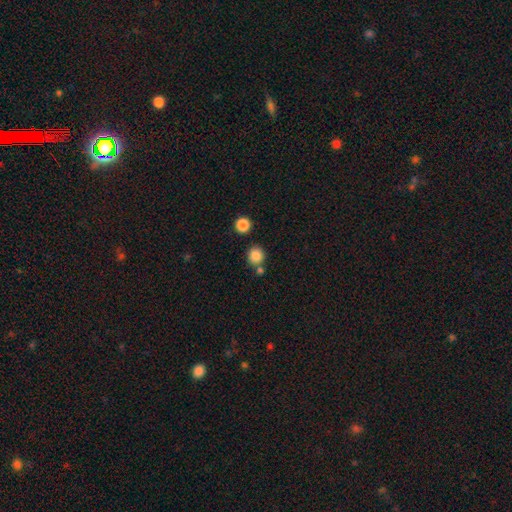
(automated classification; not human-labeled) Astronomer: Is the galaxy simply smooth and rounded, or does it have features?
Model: smooth — 85%.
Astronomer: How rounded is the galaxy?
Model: round — 89%.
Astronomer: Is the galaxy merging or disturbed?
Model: none — 74%.